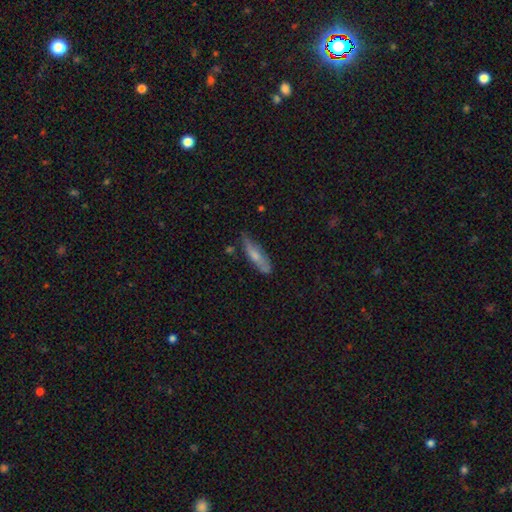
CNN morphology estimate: This appears to be a smooth galaxy with no disk features (62%) that is cigar-shaped (69%). Merging: none (65%).